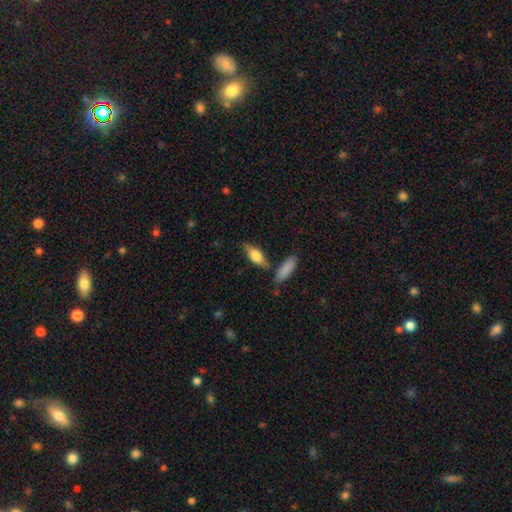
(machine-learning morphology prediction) smooth 66%, featured or disk 27%, star or artifact 6%. Down the decision tree: how rounded — in between (64%); merging — none (72%).